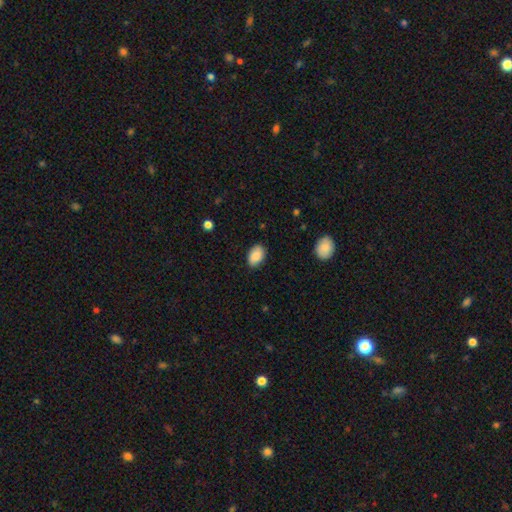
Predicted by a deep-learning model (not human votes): A smooth galaxy with no disk features (89%) that is in between round and cigar-shaped (89%).

Vote fractions:
- Smooth or featured? smooth: 89% / star or artifact: 7% / featured or disk: 4%
- How rounded? in between: 89% / round: 10% / cigar-shaped: 1%
- Merging? none: 84% / minor disturbance: 12% / major disturbance: 3% / merger: 1%